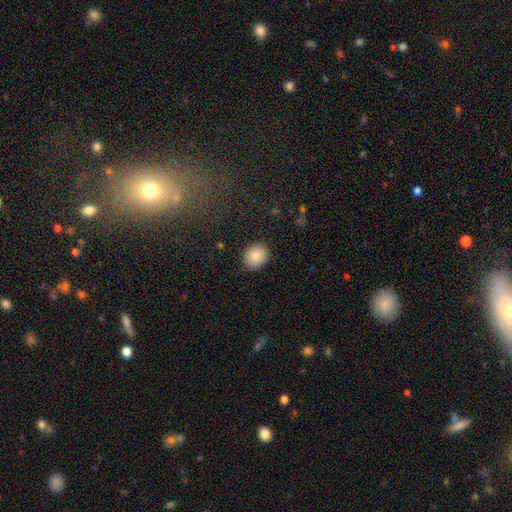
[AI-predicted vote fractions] Q: Smooth or featured?
A: smooth (86%); runner-up: star or artifact (8%)
Q: How rounded?
A: round (68%); runner-up: in between (31%)
Q: Merging?
A: none (89%); runner-up: minor disturbance (8%)